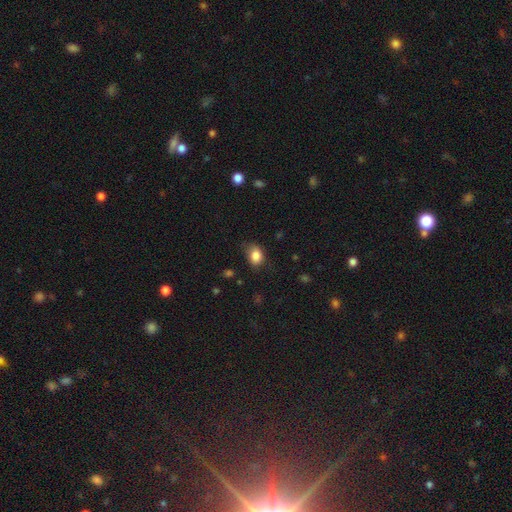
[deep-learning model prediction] A smooth galaxy with no disk features (85%) that is in between round and cigar-shaped (66%). Merging: none (66%).